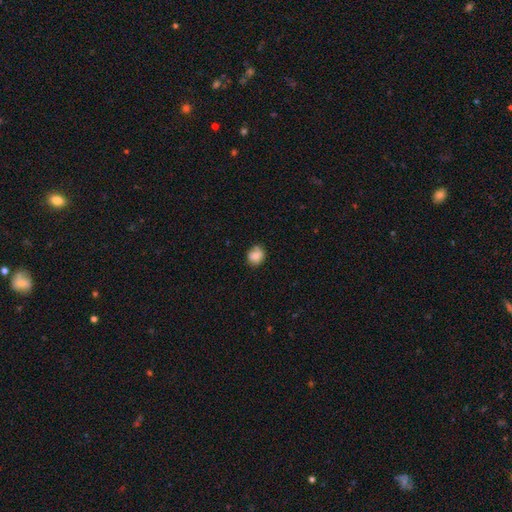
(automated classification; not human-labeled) smooth-or-featured: smooth: 82% | star or artifact: 9% | featured or disk: 9%
  how-rounded: round: 79% | in between: 20% | cigar-shaped: 1%
  merging: none: 71% | minor disturbance: 21% | major disturbance: 4% | merger: 3%